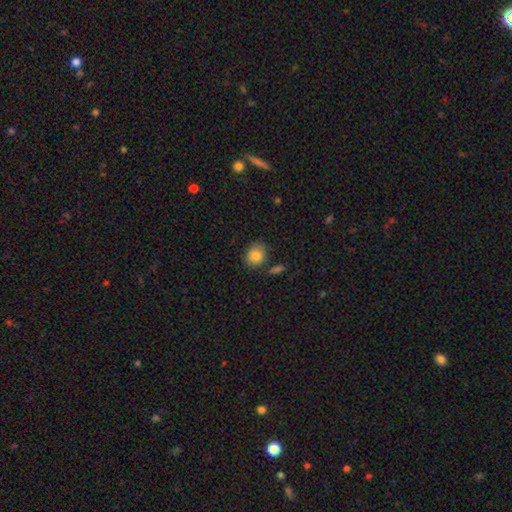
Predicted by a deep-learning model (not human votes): This appears to be a smooth galaxy with no disk features (84%) that is round (65%). Merging: none (72%).